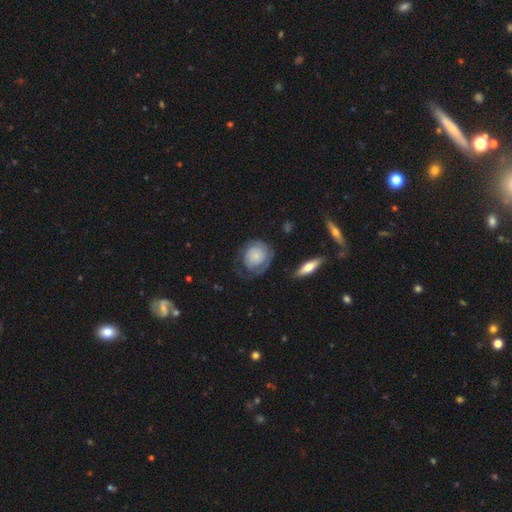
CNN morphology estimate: Smooth or featured? smooth (53%)
How rounded? round (76%)
Merging? none (52%)